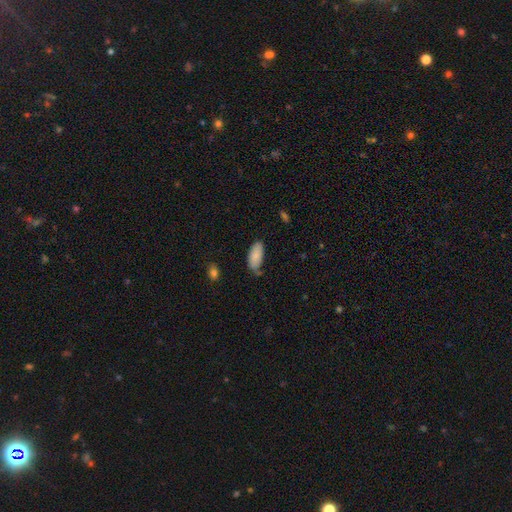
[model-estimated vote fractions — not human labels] Q: Smooth or featured?
A: smooth (86%); runner-up: featured or disk (8%)
Q: How rounded?
A: in between (90%); runner-up: cigar-shaped (8%)
Q: Merging?
A: none (60%); runner-up: minor disturbance (29%)